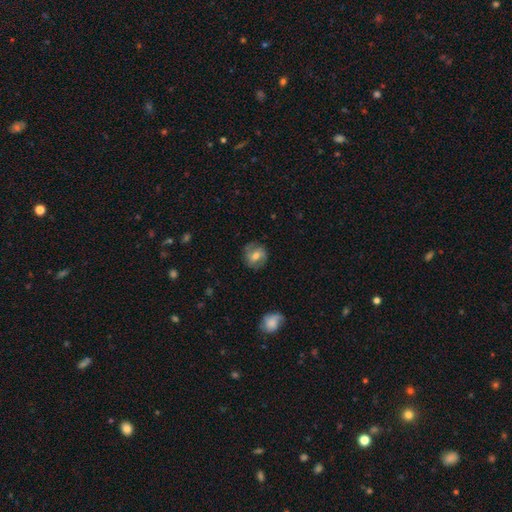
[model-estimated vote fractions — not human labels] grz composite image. It shows a featured or disk galaxy (47%). Merging: none (78%).